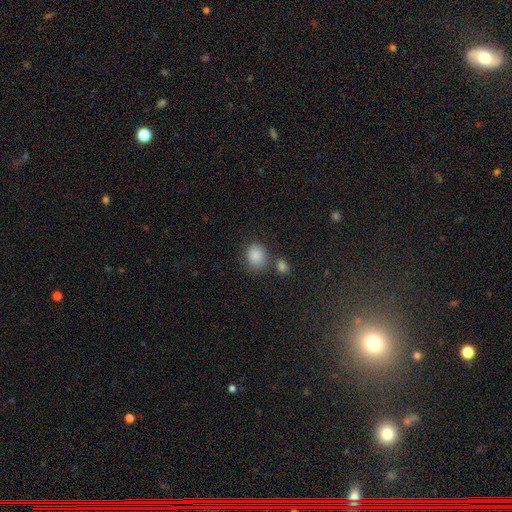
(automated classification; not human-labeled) smooth 86%, star or artifact 9%, featured or disk 5%. Down the decision tree: how rounded — round (62%); merging — none (67%).